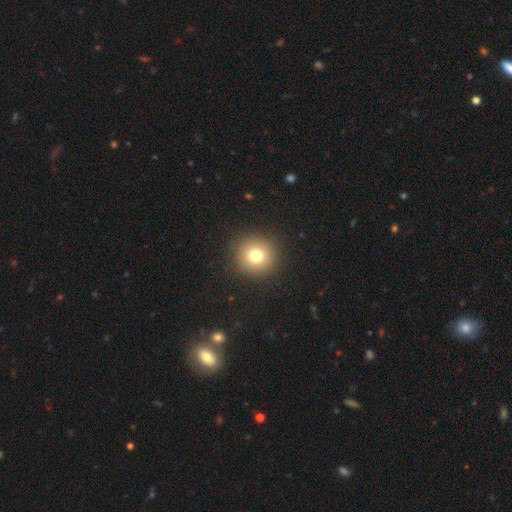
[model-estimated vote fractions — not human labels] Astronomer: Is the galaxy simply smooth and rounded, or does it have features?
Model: smooth — 77%.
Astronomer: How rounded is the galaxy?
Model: round — 93%.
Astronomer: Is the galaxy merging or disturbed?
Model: none — 91%.